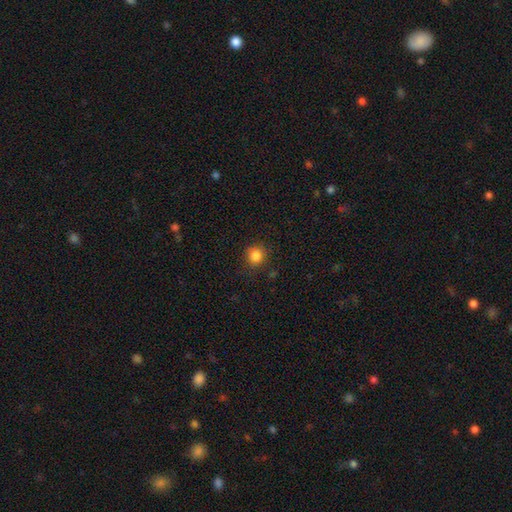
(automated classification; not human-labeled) This is clearly a smooth galaxy (85%). How rounded: clearly round (89%). Merging: clearly none (84%).